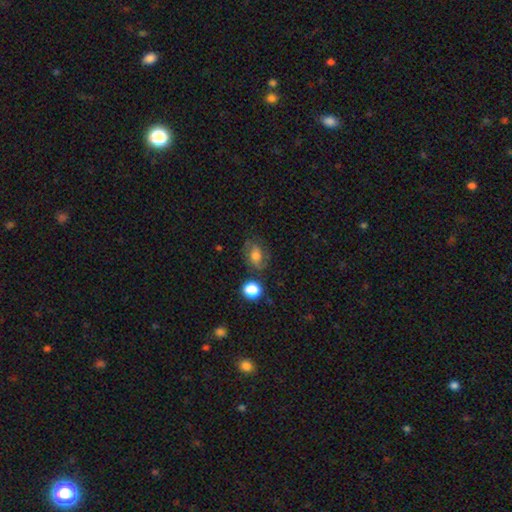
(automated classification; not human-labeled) A smooth galaxy with no disk features (56%) that is in between round and cigar-shaped (67%). Merging: none (65%).